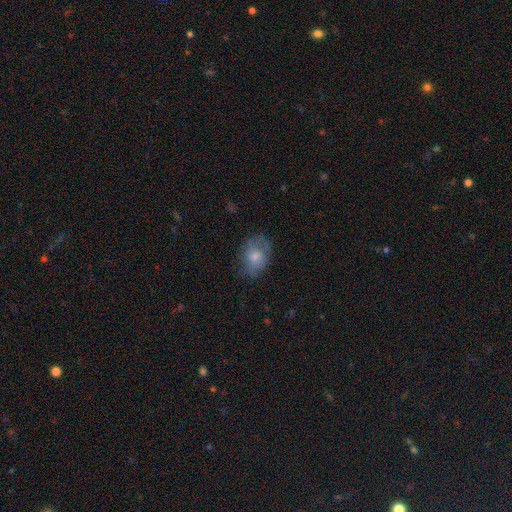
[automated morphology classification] A smooth galaxy with no disk features (60%) that is in between round and cigar-shaped (70%). Merging: none (67%).